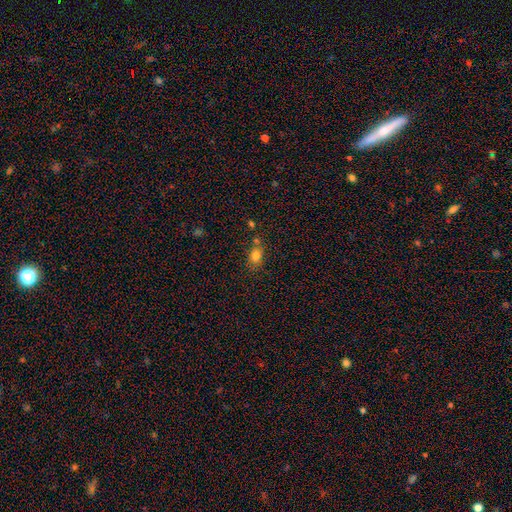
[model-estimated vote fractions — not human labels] This appears to be a smooth galaxy with no disk features (80%) that is in between round and cigar-shaped (63%). Merging: none (64%).